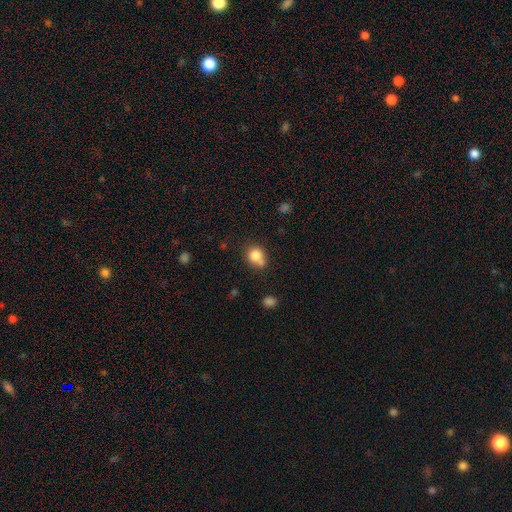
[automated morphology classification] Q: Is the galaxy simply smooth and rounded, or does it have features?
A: smooth — 80%.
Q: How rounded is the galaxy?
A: round — 68%.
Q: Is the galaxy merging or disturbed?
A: none — 48%.